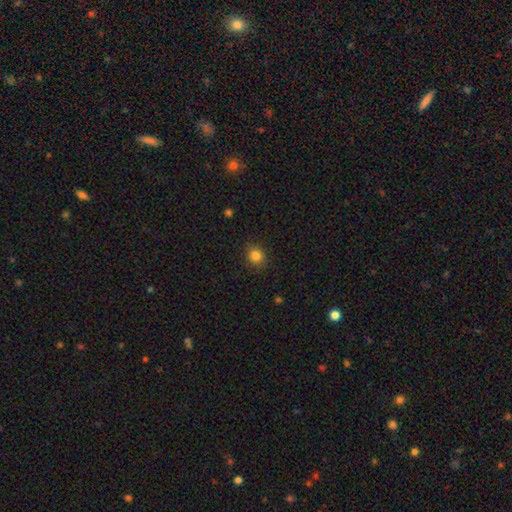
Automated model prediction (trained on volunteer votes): Smooth or featured? smooth (83%)
How rounded? round (76%)
Merging? none (87%)